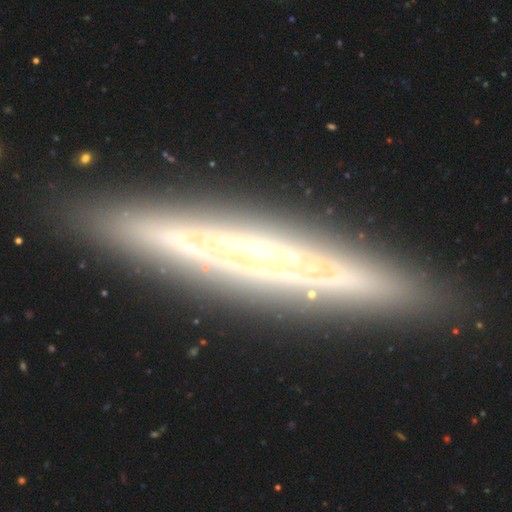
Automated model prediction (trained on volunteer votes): This is likely a featured or disk galaxy (74%). It is clearly viewed edge-on (84%). Edge-on bulge: likely none (70%). Merging: clearly none (87%).